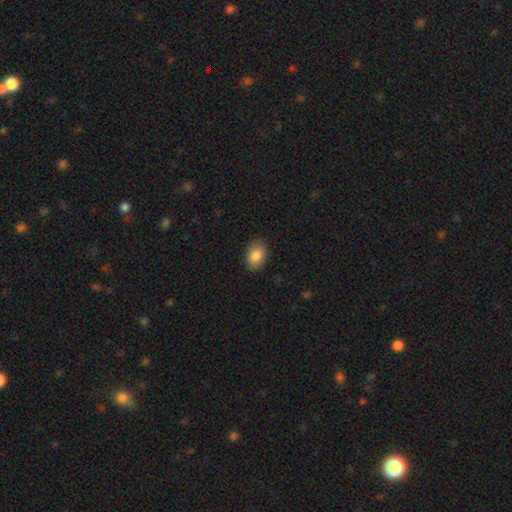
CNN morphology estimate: Overall: smooth (87%). How rounded: in between (85%). Merging: none (86%).